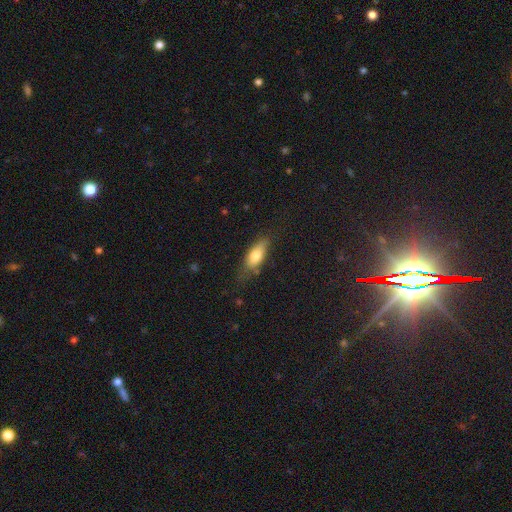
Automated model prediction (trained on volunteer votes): Smooth or featured? Predicted: smooth (p=0.75). How rounded? Predicted: in between (p=0.77). Merging? Predicted: none (p=0.65).